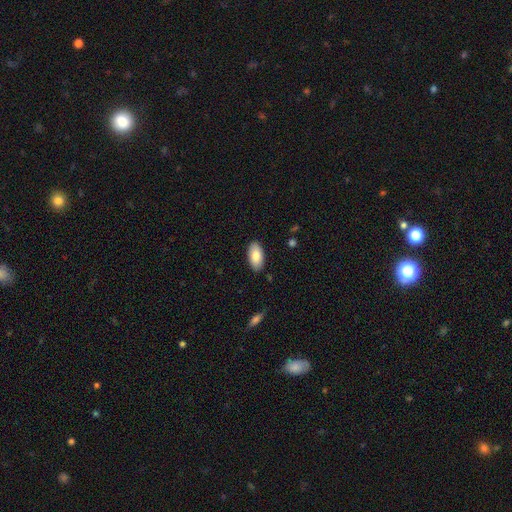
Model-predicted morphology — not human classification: This is clearly a smooth galaxy (83%). How rounded: clearly in between (95%). Merging: clearly none (87%).